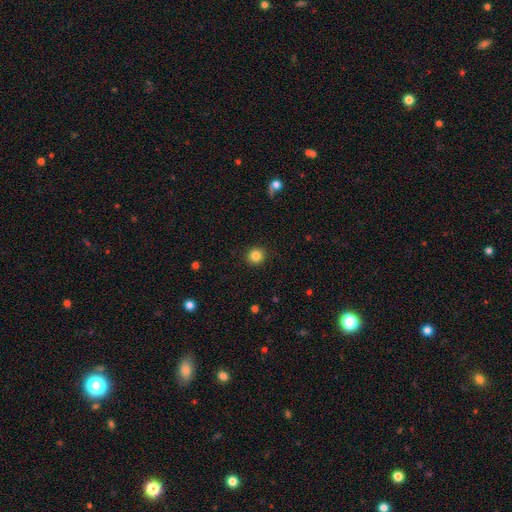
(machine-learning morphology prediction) A smooth galaxy with no disk features (84%) that is round (94%). Merging: none (92%).